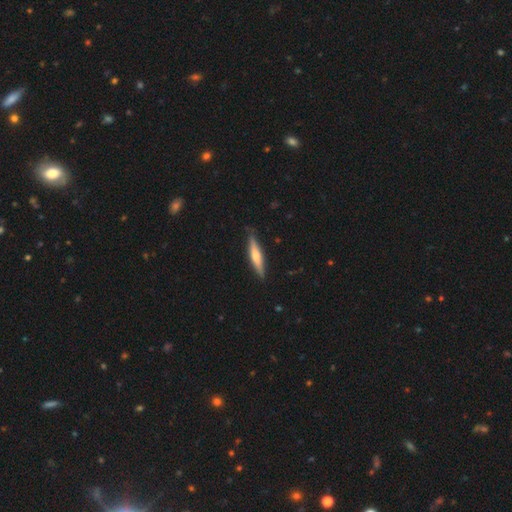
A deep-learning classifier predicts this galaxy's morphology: A featured or disk galaxy (49%). Merging: none (86%).